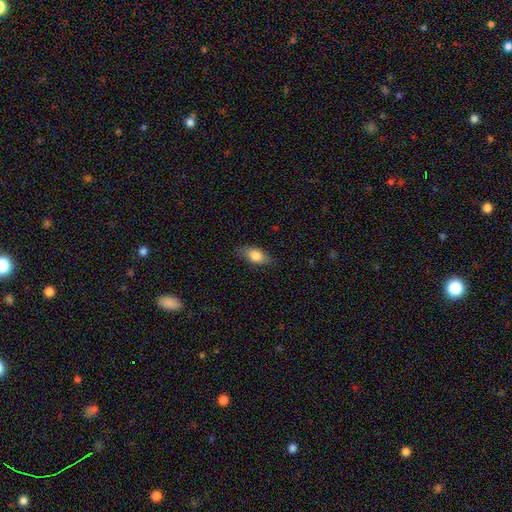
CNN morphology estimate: The model was most divided on "merging": none: 80%, minor disturbance: 16%, major disturbance: 3%, merger: 1%. More confident: how rounded — in between (85%); smooth or featured — smooth (79%).